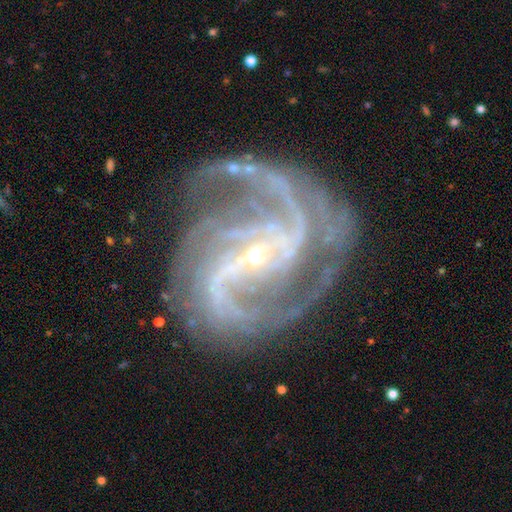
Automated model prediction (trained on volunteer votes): A featured or disk galaxy (93%) with a strong bar (41%), 2 (34%) medium (55%) spiral arms (99%) and a small central bulge (83%).

Vote fractions:
- Smooth or featured? featured or disk: 93% / star or artifact: 5% / smooth: 2%
- Edge-on disk? no: 98% / yes: 2%
- Bar? strong: 41% / weak: 35% / no: 24%
- Spiral arms? yes: 99% / no: 1%
- Spiral winding? medium: 55% / tight: 31% / loose: 14%
- Spiral arm count? 2: 34% / 3: 27% / 4: 14% / can't tell: 9% / more than 4: 8% / 1: 7%
- Bulge size? small: 83% / moderate: 13% / none: 2% / large: 1% / dominant: 1%
- Merging? none: 68% / minor disturbance: 17% / major disturbance: 12% / merger: 2%